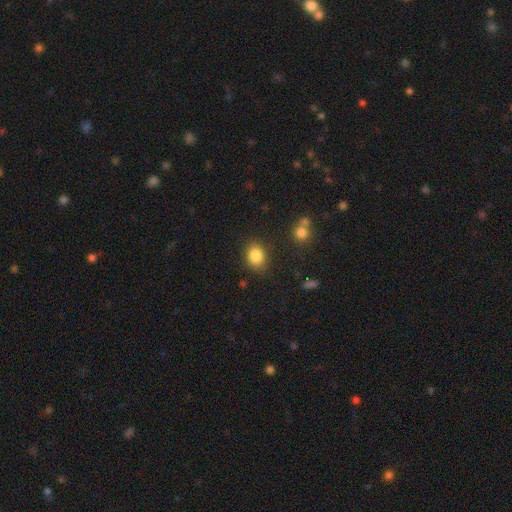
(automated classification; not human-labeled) Smooth or featured: smooth — 85% (star or artifact — 9%)
How rounded: in between — 56% (round — 43%)
Merging: none — 83% (minor disturbance — 11%)